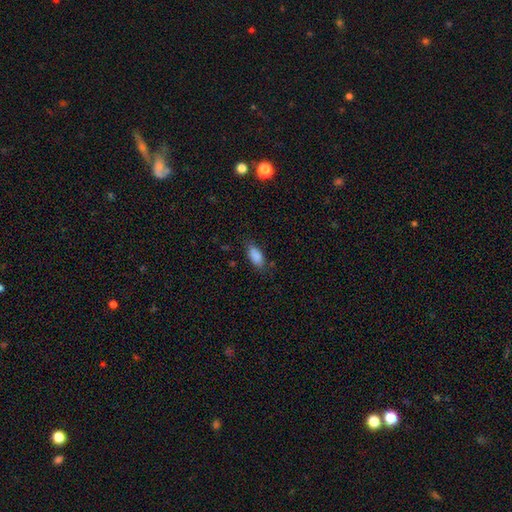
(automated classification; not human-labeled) Smooth or featured? Predicted: smooth (p=0.87). How rounded? Predicted: in between (p=0.88). Merging? Predicted: none (p=0.75).